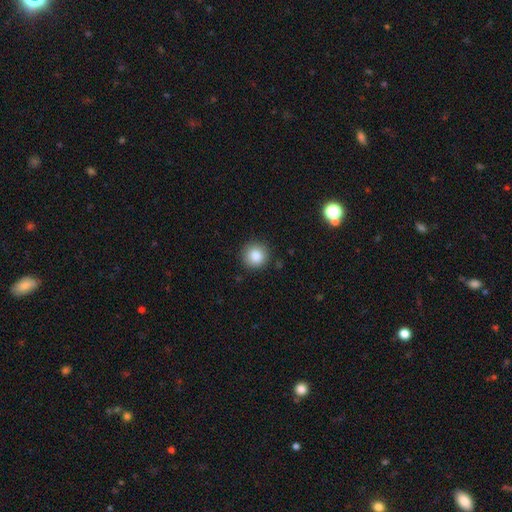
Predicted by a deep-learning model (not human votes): Q: Smooth or featured?
A: smooth (85%); runner-up: star or artifact (10%)
Q: How rounded?
A: round (92%); runner-up: in between (7%)
Q: Merging?
A: none (89%); runner-up: minor disturbance (8%)